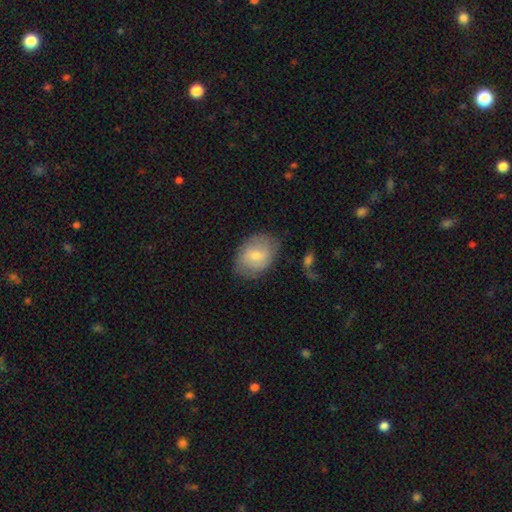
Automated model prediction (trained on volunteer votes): A smooth galaxy with no disk features (54%) that is in between round and cigar-shaped (74%). Merging: none (77%).